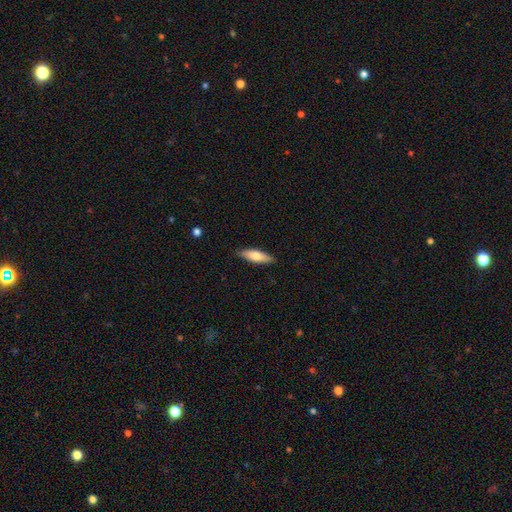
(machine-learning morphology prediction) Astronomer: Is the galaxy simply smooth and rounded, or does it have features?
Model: smooth — 71%.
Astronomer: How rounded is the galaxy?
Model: cigar-shaped — 51% (runner-up: in between, 47%).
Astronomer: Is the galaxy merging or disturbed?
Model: none — 88%.